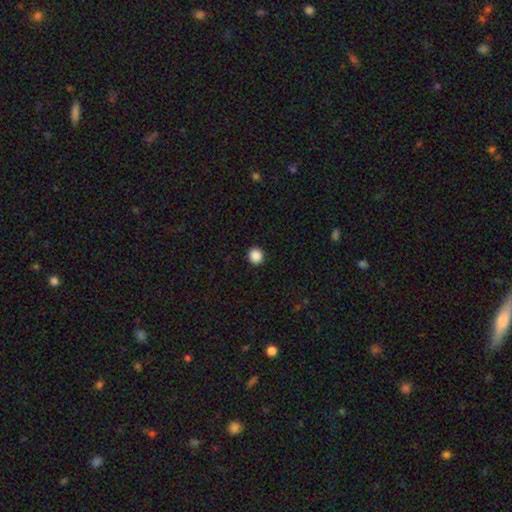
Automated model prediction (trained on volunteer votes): Overall: smooth (88%). How rounded: round (90%). Merging: none (93%).